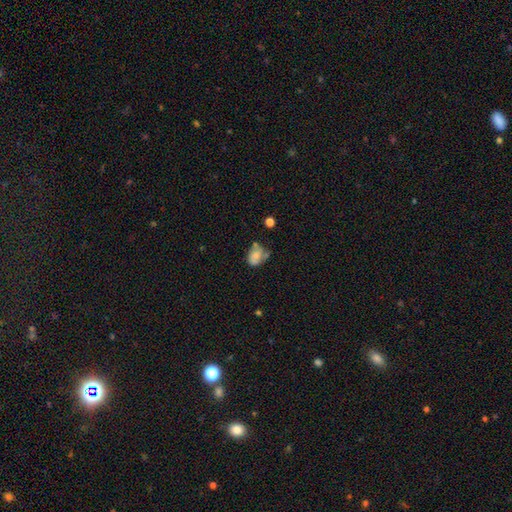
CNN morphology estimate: Q: Smooth or featured?
A: smooth (65%); runner-up: featured or disk (25%)
Q: How rounded?
A: in between (61%); runner-up: round (38%)
Q: Merging?
A: none (37%); runner-up: minor disturbance (32%)